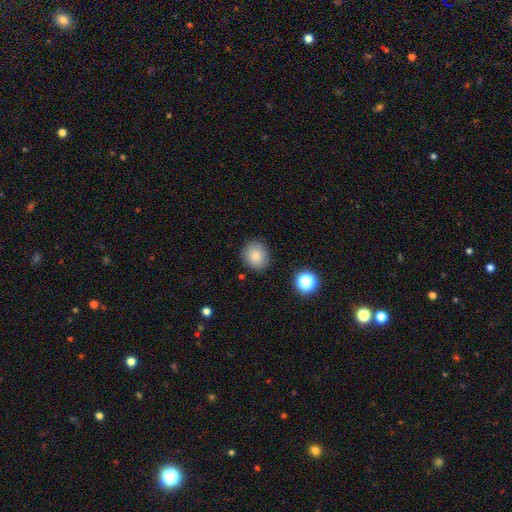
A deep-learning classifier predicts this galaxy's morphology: A smooth galaxy with no disk features (83%) that is round (78%).

Vote fractions:
- Smooth or featured? smooth: 83% / star or artifact: 10% / featured or disk: 7%
- How rounded? round: 78% / in between: 21% / cigar-shaped: 1%
- Merging? none: 86% / minor disturbance: 9% / major disturbance: 3% / merger: 2%